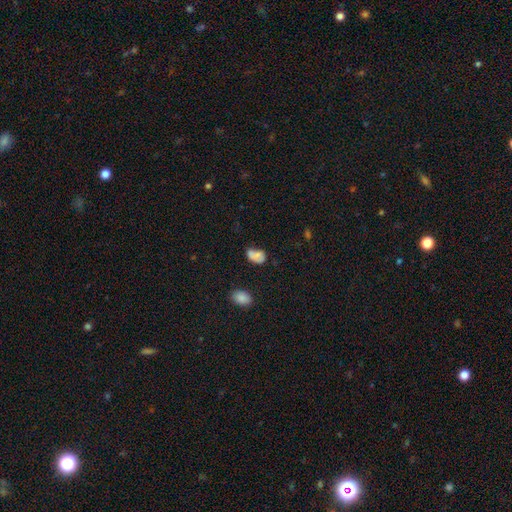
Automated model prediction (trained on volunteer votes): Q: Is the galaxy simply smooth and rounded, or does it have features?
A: smooth — 73%.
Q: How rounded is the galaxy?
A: in between — 85%.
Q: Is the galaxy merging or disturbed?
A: none — 44%.